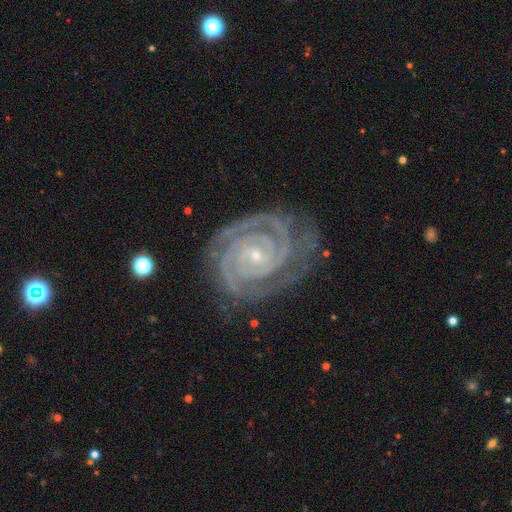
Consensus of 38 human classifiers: Overall: featured or disk (97%). Edge-on disk: no (100%). Bar: no (68%; weak 32%). Spiral arms: yes (100%). Spiral arm count: 2 (100%). Spiral winding: tight (95%). Bulge size: small (89%). Merging: none (81%).